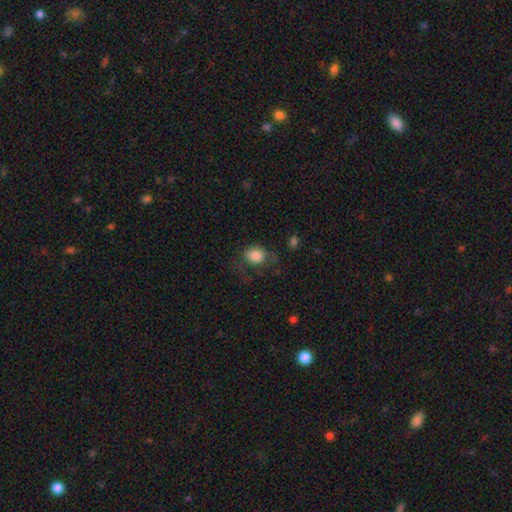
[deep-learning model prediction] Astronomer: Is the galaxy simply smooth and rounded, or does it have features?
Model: smooth — 80%.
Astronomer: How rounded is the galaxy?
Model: round — 58% (runner-up: in between, 41%).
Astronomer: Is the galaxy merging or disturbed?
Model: none — 44% (runner-up: major disturbance, 29%).